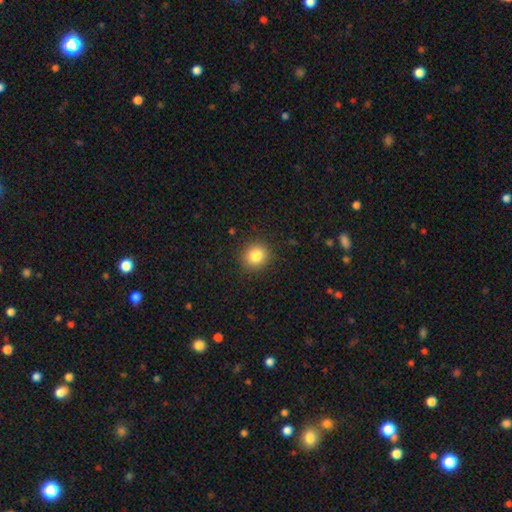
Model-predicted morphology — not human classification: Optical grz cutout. It shows a smooth galaxy with no disk features (84%) that is round (87%). Merging: none (90%).